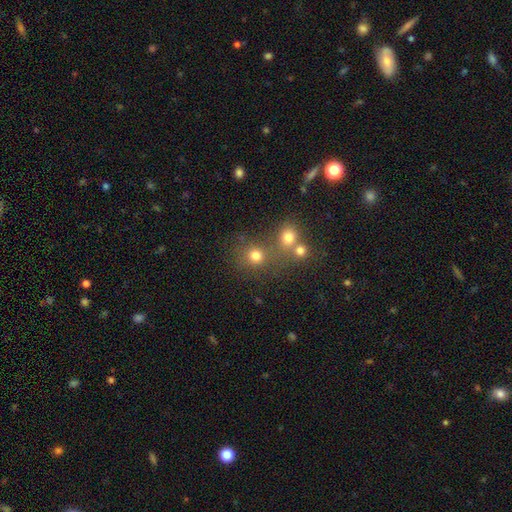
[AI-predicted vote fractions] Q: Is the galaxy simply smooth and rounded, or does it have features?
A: smooth — 75%.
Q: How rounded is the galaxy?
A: round — 86%.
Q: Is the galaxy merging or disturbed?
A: none — 58%.